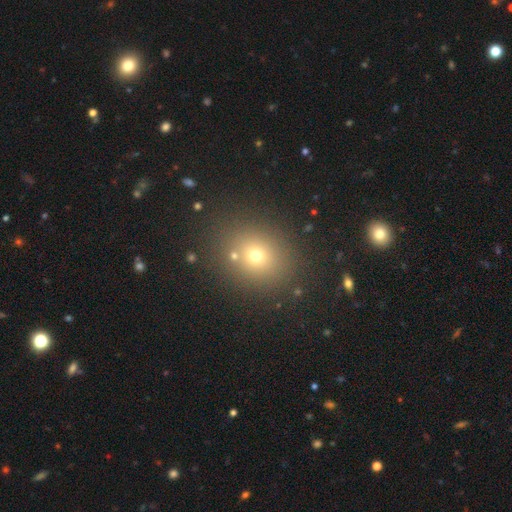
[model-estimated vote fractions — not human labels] A smooth galaxy with no disk features (66%) that is round (69%). Merging: none (82%).